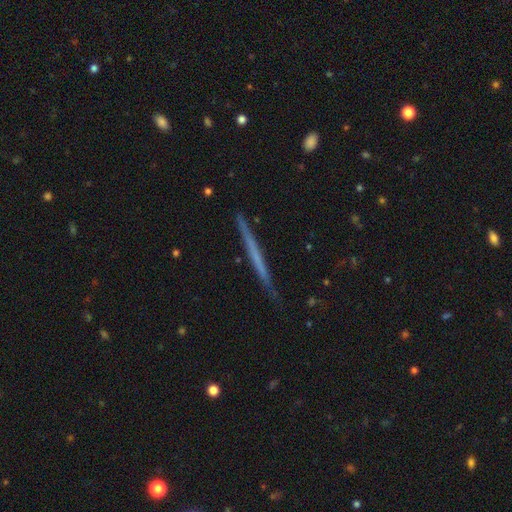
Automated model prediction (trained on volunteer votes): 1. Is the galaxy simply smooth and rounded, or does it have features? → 54% featured or disk, 40% smooth, 6% star or artifact.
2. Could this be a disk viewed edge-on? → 97% yes, 3% no.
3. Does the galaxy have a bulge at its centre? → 92% none, 5% rounded, 3% boxy.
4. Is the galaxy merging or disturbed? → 89% none, 8% minor disturbance, 1% major disturbance, 1% merger.